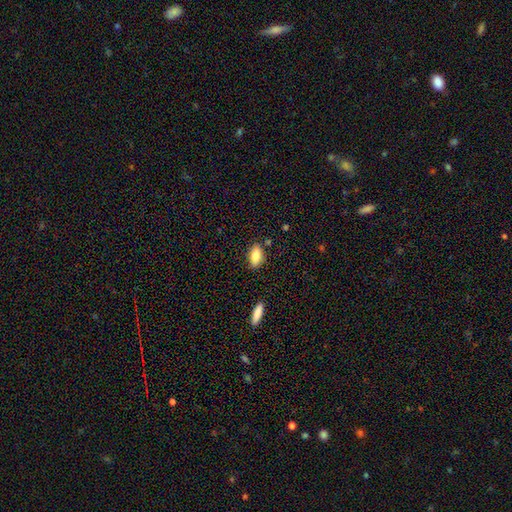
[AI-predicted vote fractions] This appears to be a smooth galaxy with no disk features (83%) that is in between round and cigar-shaped (87%). Merging: none (82%).